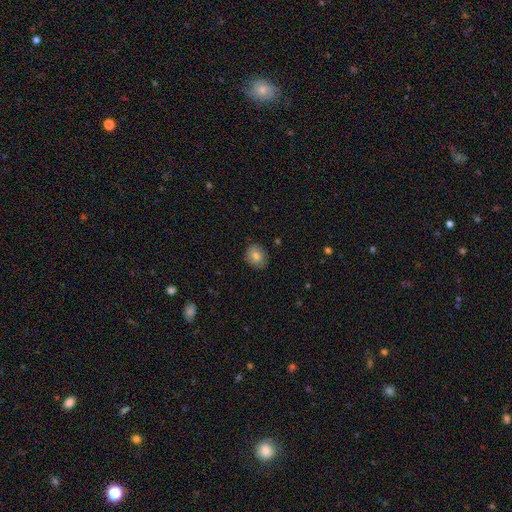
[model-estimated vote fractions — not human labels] smooth-or-featured: smooth: 81% | featured or disk: 11% | star or artifact: 9%
  how-rounded: round: 62% | in between: 37% | cigar-shaped: 1%
  merging: none: 85% | minor disturbance: 12% | major disturbance: 2% | merger: 1%